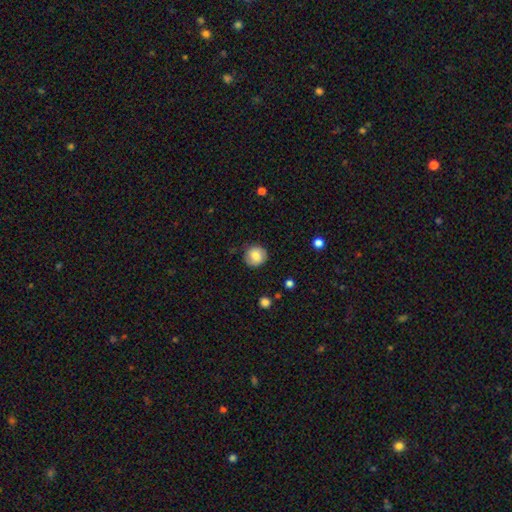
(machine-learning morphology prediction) This is likely a smooth galaxy (80%). How rounded: clearly round (89%). Merging: likely none (80%).